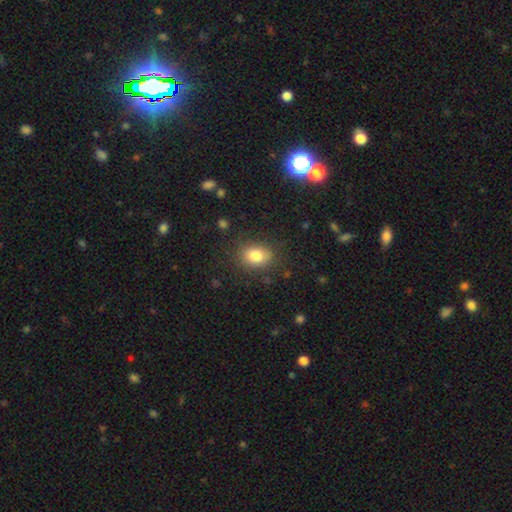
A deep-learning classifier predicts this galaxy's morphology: type=smooth (82%); roundness=in between (63%); merging=none (81%).